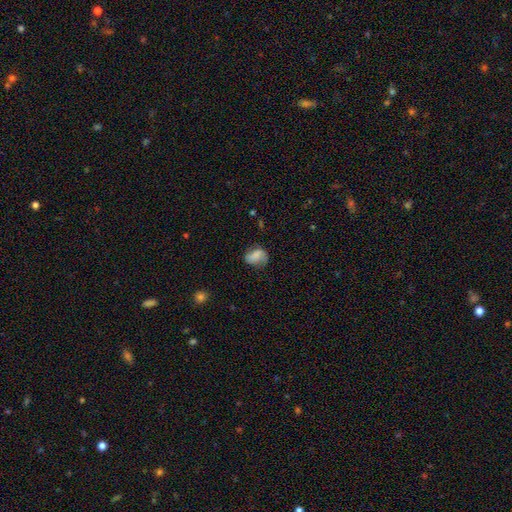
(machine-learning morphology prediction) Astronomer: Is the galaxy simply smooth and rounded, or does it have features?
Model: smooth — 71%.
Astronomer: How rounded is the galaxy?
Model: in between — 75%.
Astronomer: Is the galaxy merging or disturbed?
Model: none — 49% (runner-up: minor disturbance, 32%).